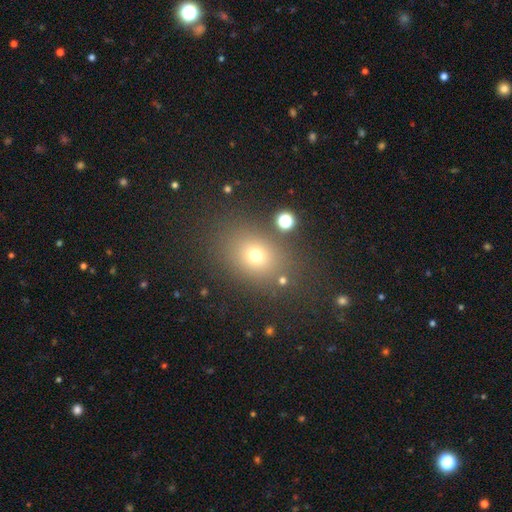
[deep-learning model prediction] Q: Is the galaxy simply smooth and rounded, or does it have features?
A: smooth — 69%.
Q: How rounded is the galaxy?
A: in between — 56%.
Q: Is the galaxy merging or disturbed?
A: none — 80%.